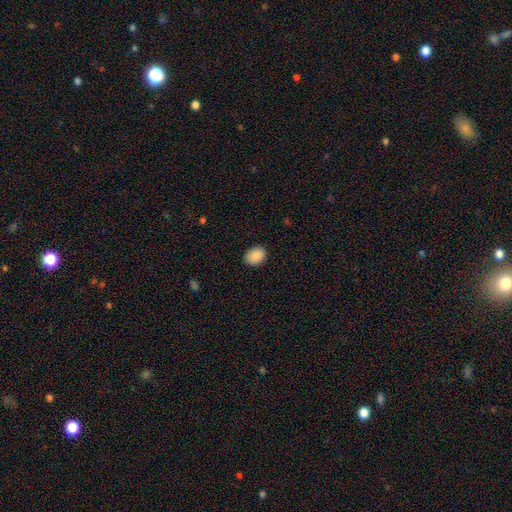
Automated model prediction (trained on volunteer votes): Overall: smooth (90%). How rounded: in between (70%; round 30%). Merging: none (88%).